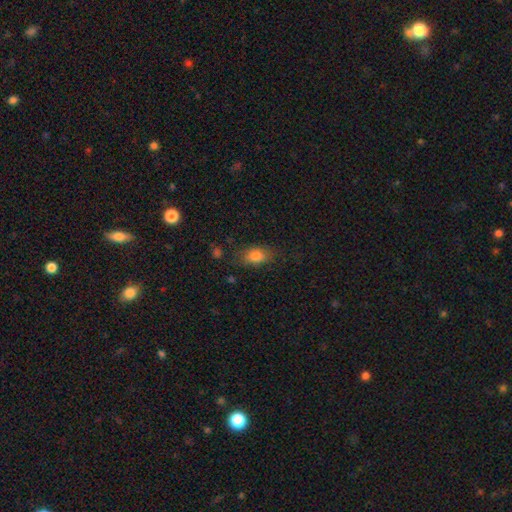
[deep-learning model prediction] Morphology: type=smooth (79%); roundness=in between (82%); merging=none (74%).